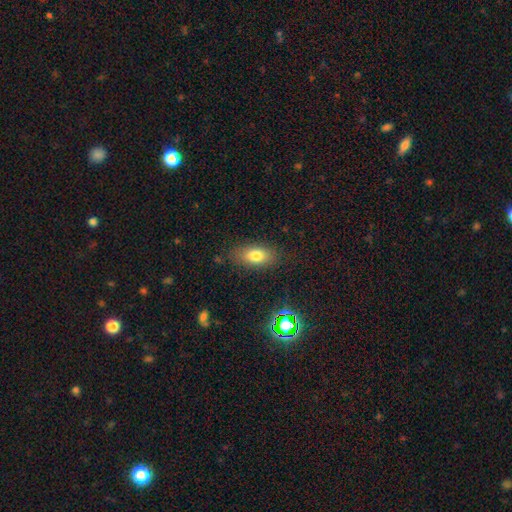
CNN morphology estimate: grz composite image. It shows a smooth galaxy with no disk features (78%) that is in between round and cigar-shaped (86%). Merging: none (82%).